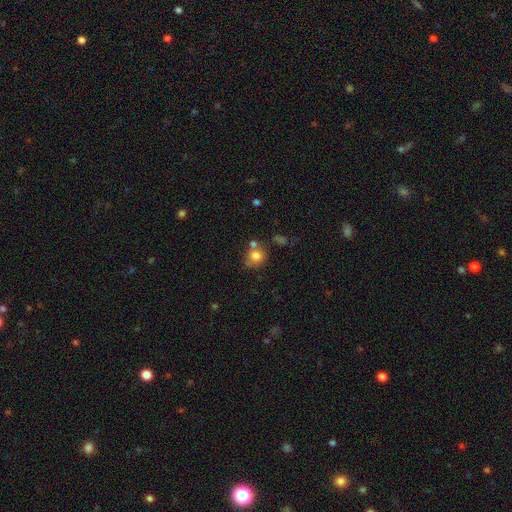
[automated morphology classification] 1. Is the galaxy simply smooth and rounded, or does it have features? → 78% smooth, 11% featured or disk, 11% star or artifact.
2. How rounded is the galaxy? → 71% round, 28% in between, 1% cigar-shaped.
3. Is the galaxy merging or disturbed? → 51% none, 24% merger, 18% minor disturbance, 7% major disturbance.